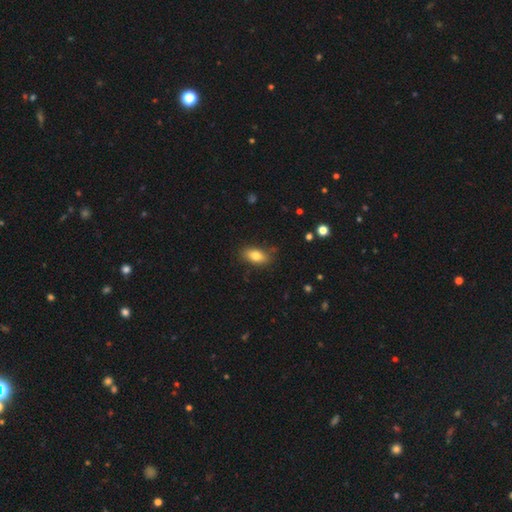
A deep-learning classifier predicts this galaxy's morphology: This is clearly a smooth galaxy (81%). How rounded: clearly in between (87%). Merging: clearly none (82%).